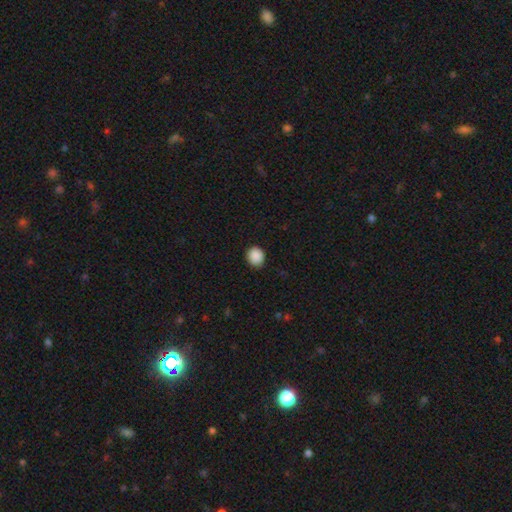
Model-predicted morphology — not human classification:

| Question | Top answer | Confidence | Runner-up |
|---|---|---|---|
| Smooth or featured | smooth | 90% | star or artifact (8%) |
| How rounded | round | 77% | in between (22%) |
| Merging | none | 89% | minor disturbance (8%) |